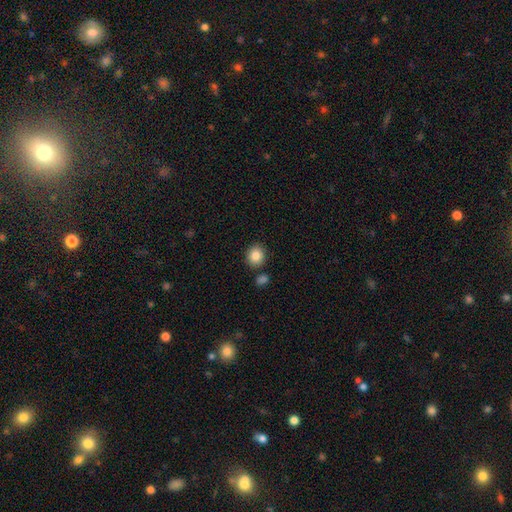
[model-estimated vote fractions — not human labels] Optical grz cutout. It shows a smooth galaxy with no disk features (86%) that is round (78%). Merging: none (83%).